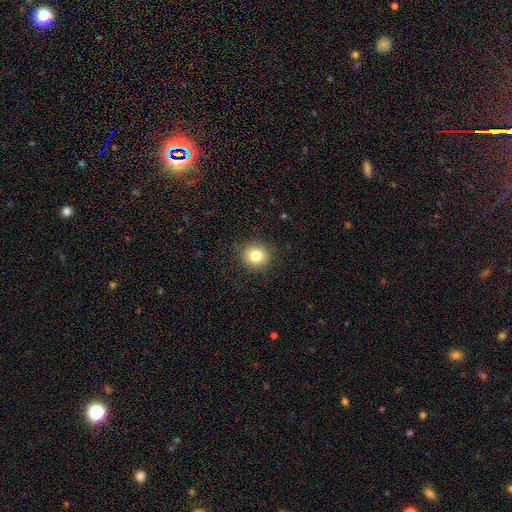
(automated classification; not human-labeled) smooth_or_featured: smooth (p=0.81) [alt: star or artifact p=0.11]
how_rounded: round (p=0.92) [alt: in between p=0.07]
merging: none (p=0.89) [alt: minor disturbance p=0.08]